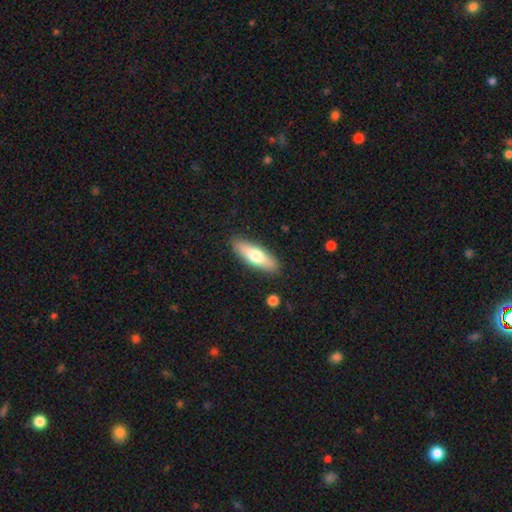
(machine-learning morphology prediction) Overall: smooth (64%; featured or disk 31%). How rounded: cigar-shaped (53%; in between 45%). Merging: none (88%).